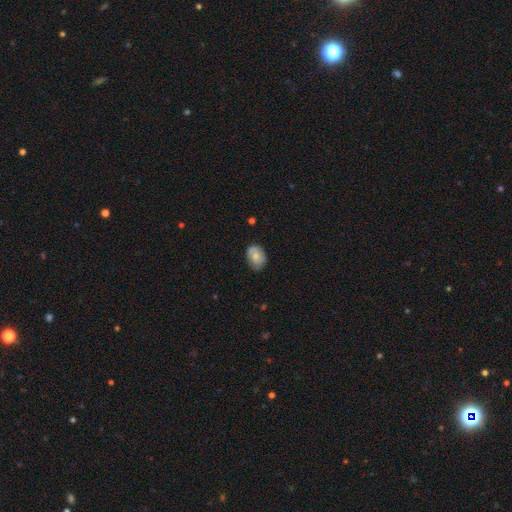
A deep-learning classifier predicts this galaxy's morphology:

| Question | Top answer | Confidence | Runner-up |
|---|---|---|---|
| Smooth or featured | smooth | 57% | featured or disk (36%) |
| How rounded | in between | 66% | round (33%) |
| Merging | none | 73% | minor disturbance (21%) |